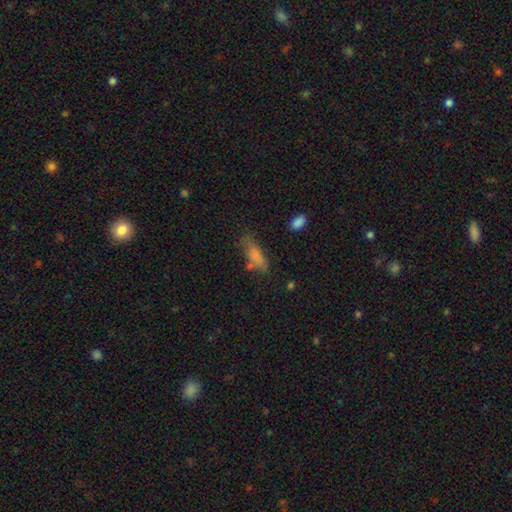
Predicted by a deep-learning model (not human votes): smooth_or_featured: smooth (p=0.76) [alt: featured or disk p=0.14]
how_rounded: in between (p=0.64) [alt: cigar-shaped p=0.33]
merging: none (p=0.52) [alt: minor disturbance p=0.27]